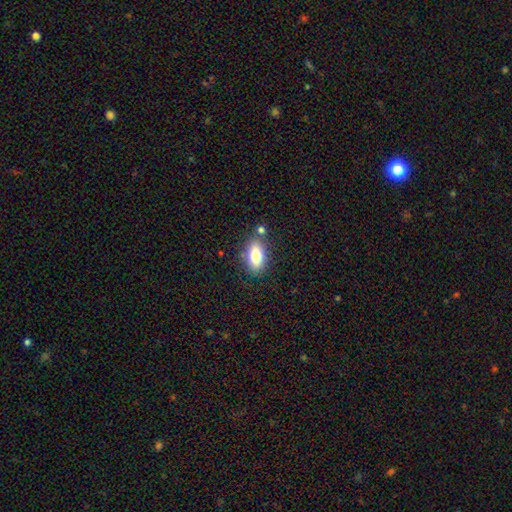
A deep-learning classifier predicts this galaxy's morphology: Smooth or featured? smooth (77%)
How rounded? in between (87%)
Merging? none (73%)